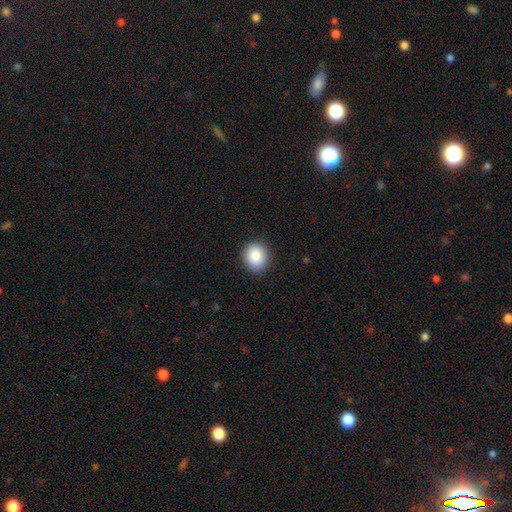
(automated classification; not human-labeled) Overall: smooth (87%). How rounded: round (73%). Merging: none (90%).